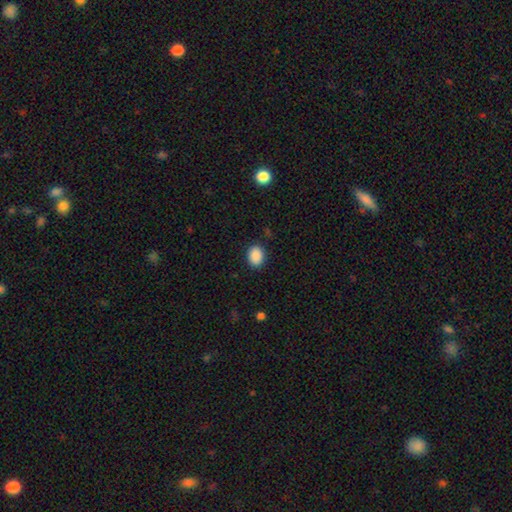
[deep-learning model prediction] Morphology: type=smooth (90%); roundness=in between (64%); merging=none (88%).